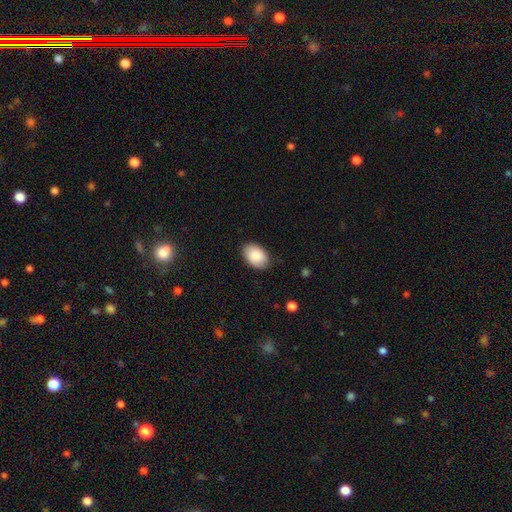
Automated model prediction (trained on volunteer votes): Smooth or featured? Predicted: smooth (p=0.88). How rounded? Predicted: in between (p=0.86). Merging? Predicted: none (p=0.83).